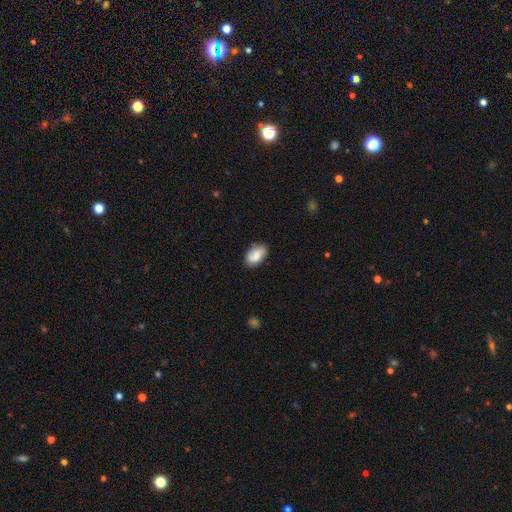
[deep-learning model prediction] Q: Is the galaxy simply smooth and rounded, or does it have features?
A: smooth — 71%.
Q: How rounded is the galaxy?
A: in between — 91%.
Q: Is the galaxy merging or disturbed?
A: none — 77%.